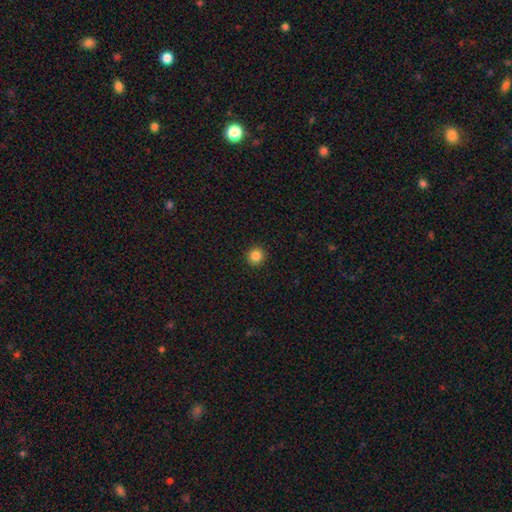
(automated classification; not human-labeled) The model was most divided on "smooth or featured": smooth: 85%, star or artifact: 11%, featured or disk: 4%. More confident: how rounded — round (95%); merging — none (93%).